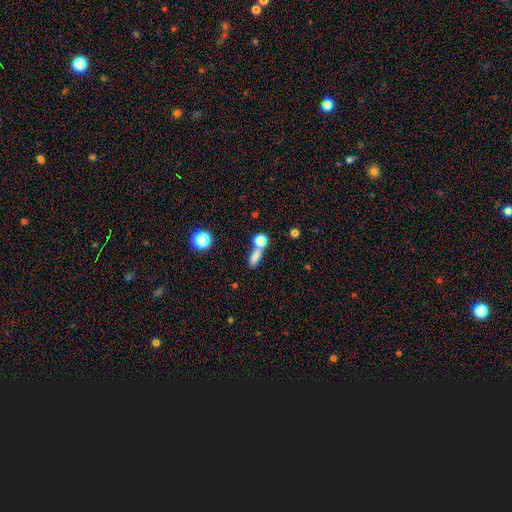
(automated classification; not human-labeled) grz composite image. It shows a smooth galaxy with no disk features (77%) that is in between round and cigar-shaped (44%). Merging: none (47%).